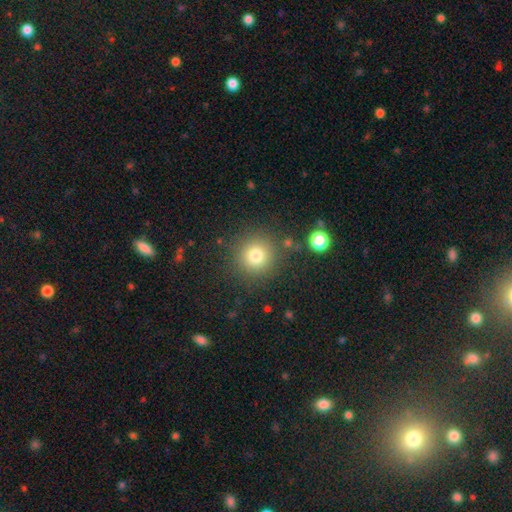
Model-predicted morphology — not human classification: A smooth galaxy with no disk features (78%) that is round (94%).

Vote fractions:
- Smooth or featured? smooth: 78% / star or artifact: 14% / featured or disk: 8%
- How rounded? round: 94% / in between: 5% / cigar-shaped: 1%
- Merging? none: 85% / minor disturbance: 8% / major disturbance: 4% / merger: 3%